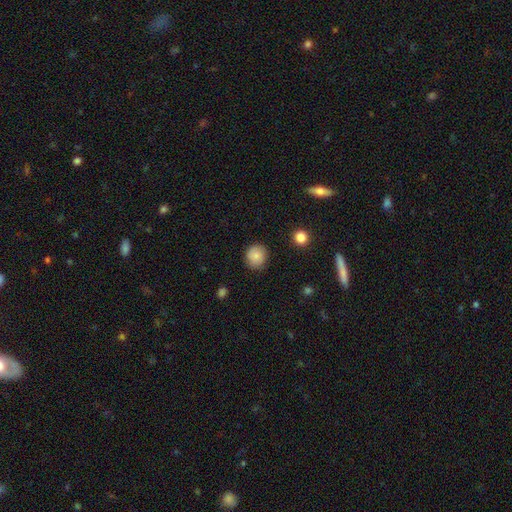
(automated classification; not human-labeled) Overall: smooth (84%). How rounded: round (88%). Merging: none (86%).